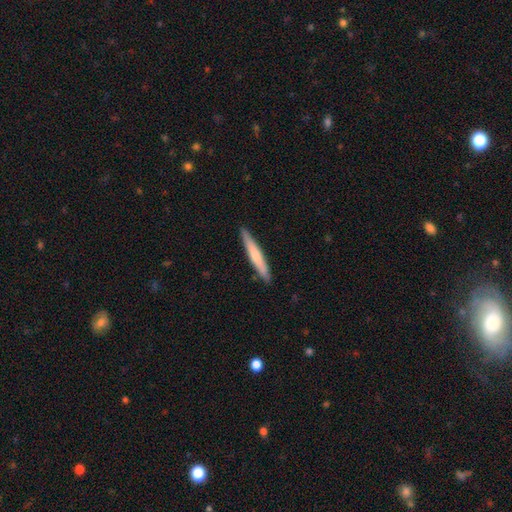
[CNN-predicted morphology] Q: Smooth or featured?
A: smooth (60%); runner-up: featured or disk (35%)
Q: How rounded?
A: cigar-shaped (95%); runner-up: in between (4%)
Q: Merging?
A: none (90%); runner-up: minor disturbance (8%)